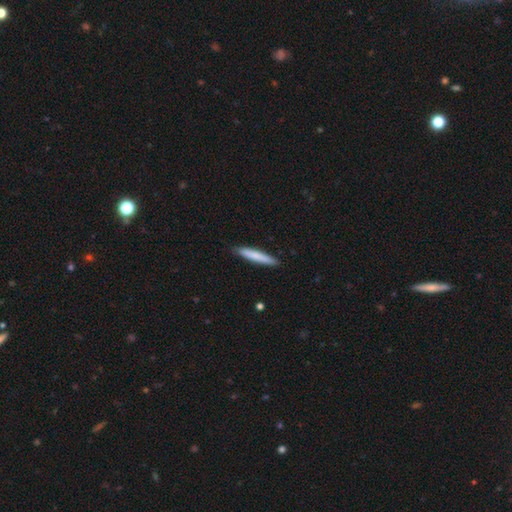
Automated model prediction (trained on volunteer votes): smooth-or-featured: smooth: 77% | featured or disk: 18% | star or artifact: 5%
  how-rounded: cigar-shaped: 94% | in between: 5% | round: 1%
  merging: none: 89% | minor disturbance: 9% | major disturbance: 1% | merger: 1%